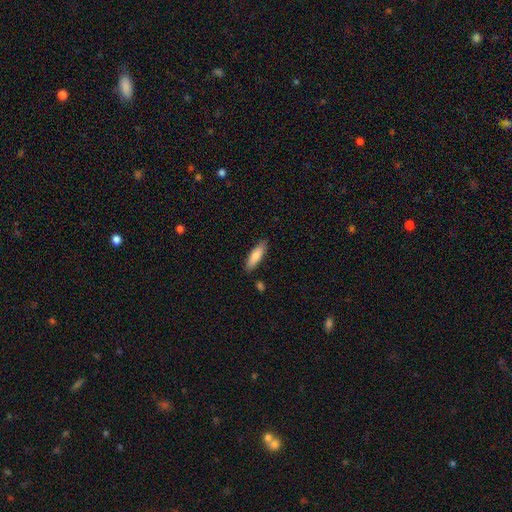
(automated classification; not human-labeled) Smooth or featured: smooth — 81% (featured or disk — 13%)
How rounded: cigar-shaped — 53% (in between — 45%)
Merging: none — 85% (minor disturbance — 10%)